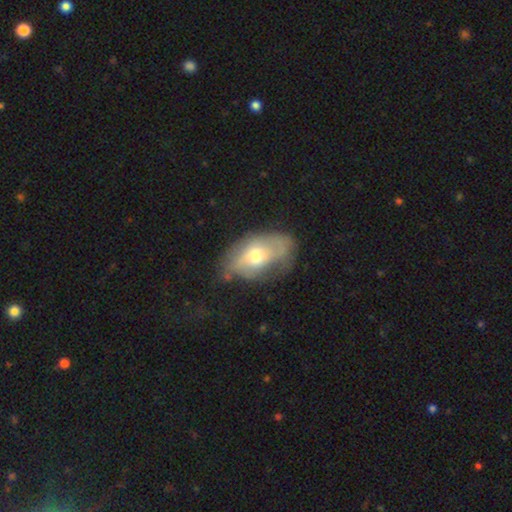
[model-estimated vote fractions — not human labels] Overall: featured or disk (47%; smooth 46%). Merging: none (44%; minor disturbance 34%).